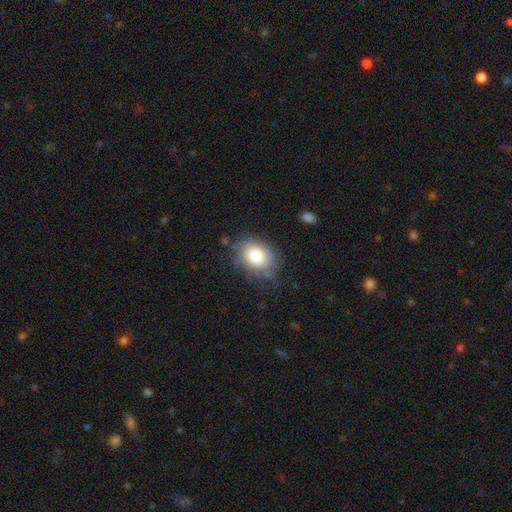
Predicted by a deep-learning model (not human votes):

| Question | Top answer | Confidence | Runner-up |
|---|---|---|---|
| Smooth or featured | smooth | 80% | featured or disk (12%) |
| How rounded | in between | 62% | round (37%) |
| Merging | none | 70% | minor disturbance (20%) |